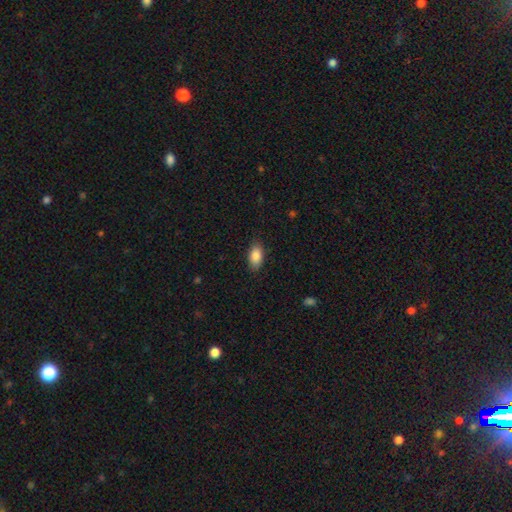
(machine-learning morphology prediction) A smooth galaxy with no disk features (88%) that is in between round and cigar-shaped (92%). Merging: none (85%).